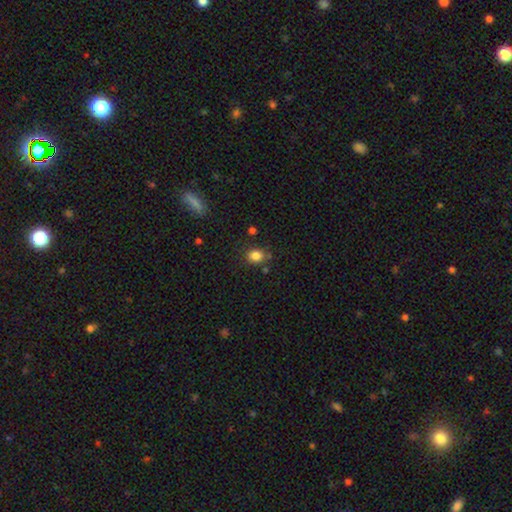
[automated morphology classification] Q: Smooth or featured?
A: smooth (83%); runner-up: star or artifact (12%)
Q: How rounded?
A: round (65%); runner-up: in between (34%)
Q: Merging?
A: none (76%); runner-up: minor disturbance (14%)